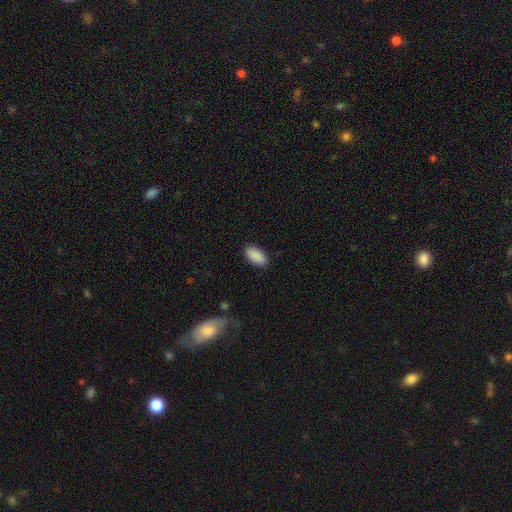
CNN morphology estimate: Overall: smooth (90%). How rounded: in between (93%). Merging: none (88%).